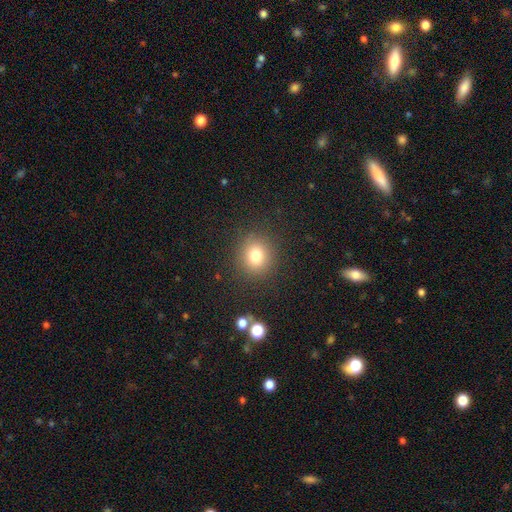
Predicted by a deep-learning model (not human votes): Smooth or featured? Predicted: smooth (p=0.78). How rounded? Predicted: round (p=0.82). Merging? Predicted: none (p=0.87).